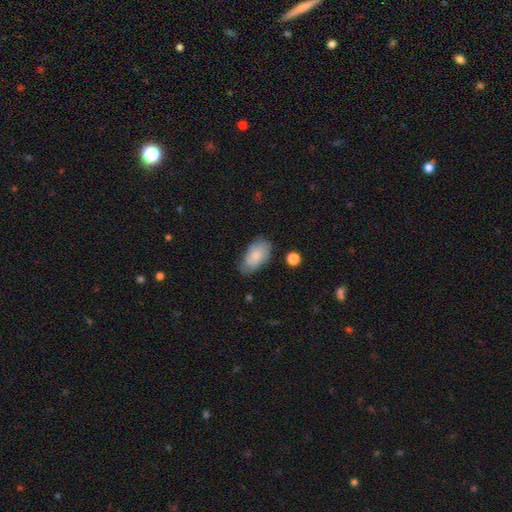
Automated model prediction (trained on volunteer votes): Smooth or featured? smooth (82%)
How rounded? in between (94%)
Merging? none (68%)